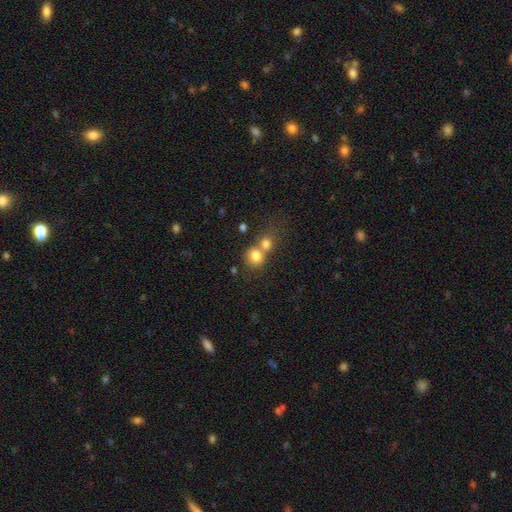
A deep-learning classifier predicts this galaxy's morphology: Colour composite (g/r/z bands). It shows a smooth galaxy with no disk features (78%) that is round (77%). Merging: merger (54%).